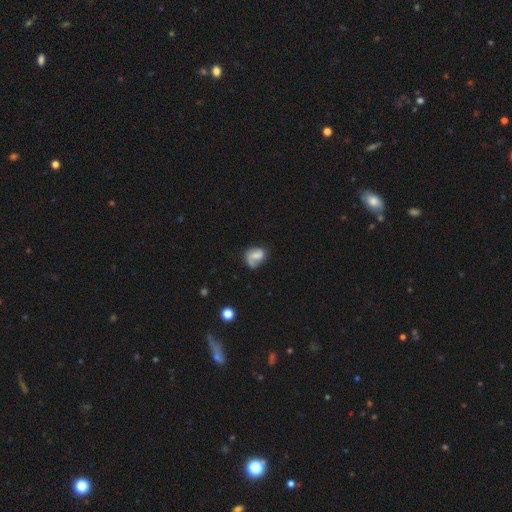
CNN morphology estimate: A featured or disk galaxy (51%).

Vote fractions:
- Smooth or featured? featured or disk: 51% / smooth: 40% / star or artifact: 9%
- Edge-on disk? no: 98% / yes: 2%
- Merging? none: 49% / minor disturbance: 26% / major disturbance: 19% / merger: 6%